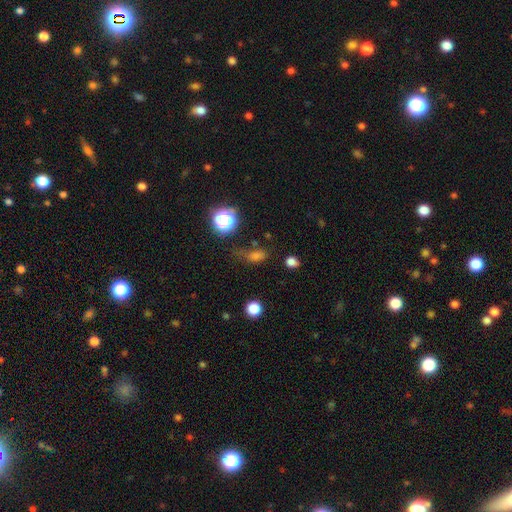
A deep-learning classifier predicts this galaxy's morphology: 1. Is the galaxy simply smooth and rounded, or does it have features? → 69% smooth, 22% star or artifact, 9% featured or disk.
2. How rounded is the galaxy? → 67% in between, 22% round, 11% cigar-shaped.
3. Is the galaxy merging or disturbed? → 50% none, 26% minor disturbance, 18% major disturbance, 6% merger.